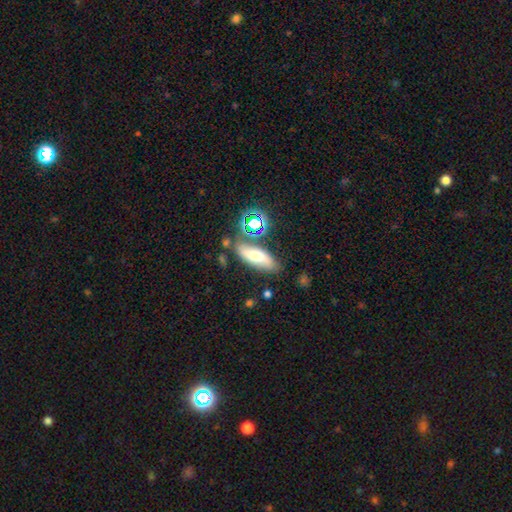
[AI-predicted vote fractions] A smooth galaxy with no disk features (59%) that is in between round and cigar-shaped (64%).

Vote fractions:
- Smooth or featured? smooth: 59% / featured or disk: 28% / star or artifact: 13%
- How rounded? in between: 64% / cigar-shaped: 31% / round: 5%
- Merging? none: 72% / minor disturbance: 16% / merger: 7% / major disturbance: 5%